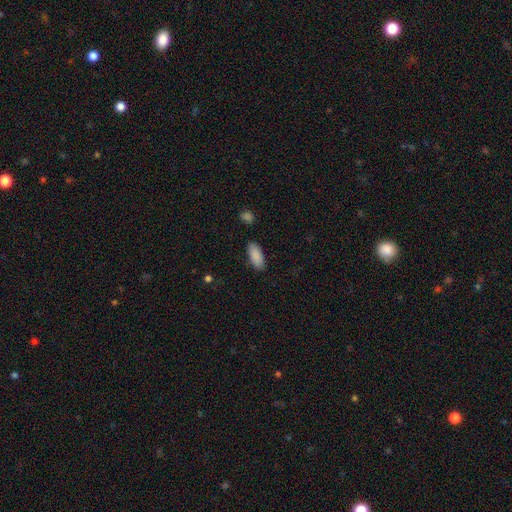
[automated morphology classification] smooth_or_featured: smooth (p=0.89) [alt: star or artifact p=0.06]
how_rounded: in between (p=0.83) [alt: cigar-shaped p=0.16]
merging: none (p=0.86) [alt: minor disturbance p=0.10]